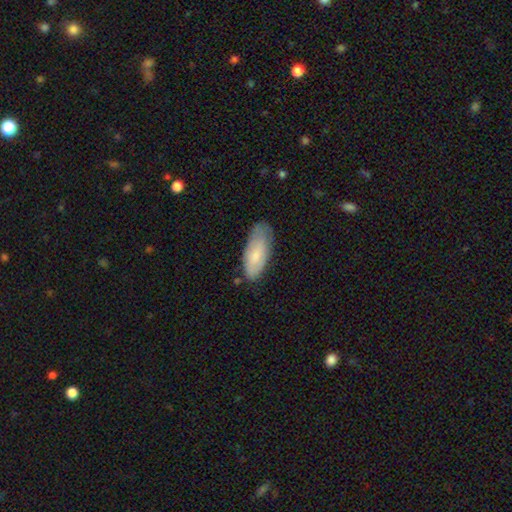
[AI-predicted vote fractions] Smooth or featured?
  - smooth: 68% *
  - featured or disk: 26%
  - star or artifact: 6%
How rounded?
  - in between: 81% *
  - cigar-shaped: 17%
  - round: 2%
Merging?
  - none: 62% *
  - minor disturbance: 29%
  - major disturbance: 6%
  - merger: 2%